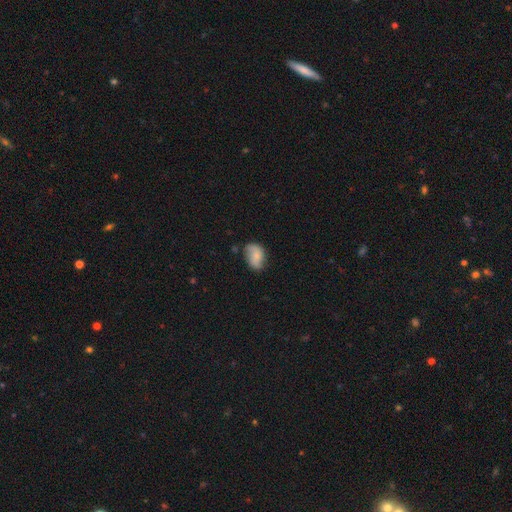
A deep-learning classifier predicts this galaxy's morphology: type=smooth (63%); roundness=in between (84%); merging=none (58%).